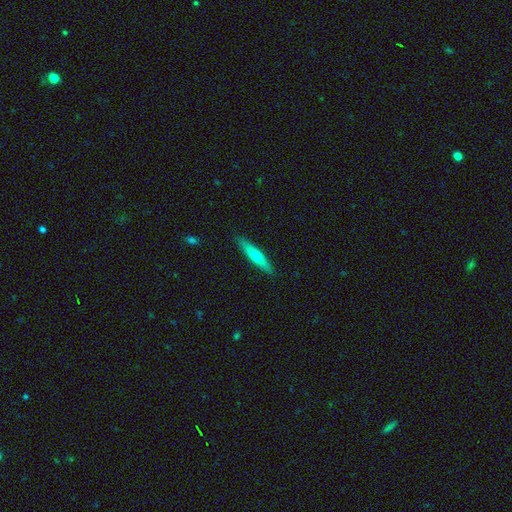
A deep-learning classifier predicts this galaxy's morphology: Overall: smooth (59%; featured or disk 36%). How rounded: cigar-shaped (89%). Merging: none (90%).